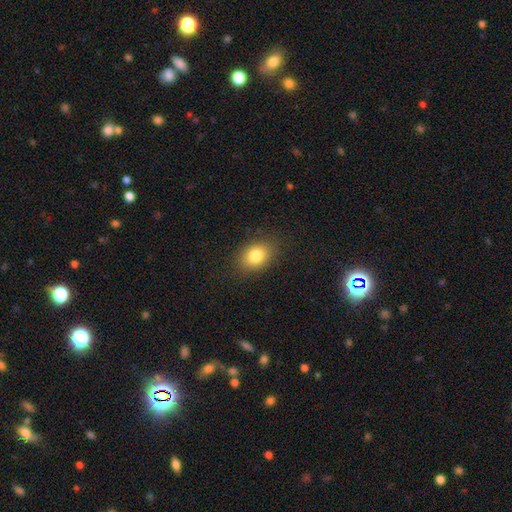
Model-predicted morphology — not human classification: Smooth or featured? Predicted: smooth (p=0.81). How rounded? Predicted: in between (p=0.75). Merging? Predicted: none (p=0.84).